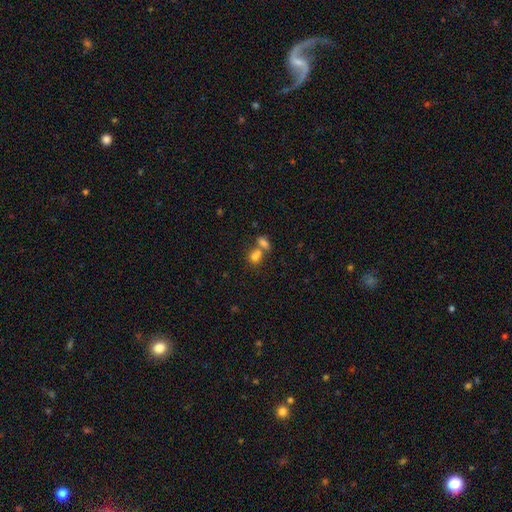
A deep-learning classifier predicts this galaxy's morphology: Smooth or featured?
  - smooth: 77% *
  - star or artifact: 12%
  - featured or disk: 11%
How rounded?
  - round: 57% *
  - in between: 41%
  - cigar-shaped: 2%
Merging?
  - merger: 56% *
  - none: 33%
  - minor disturbance: 7%
  - major disturbance: 4%